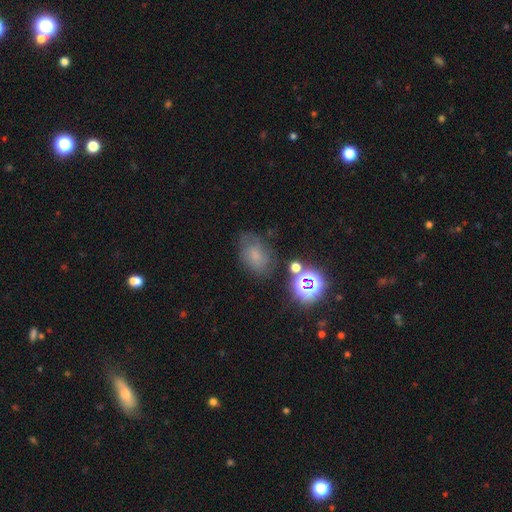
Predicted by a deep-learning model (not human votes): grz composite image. It shows a smooth galaxy with no disk features (55%) that is in between round and cigar-shaped (74%). Merging: none (63%).